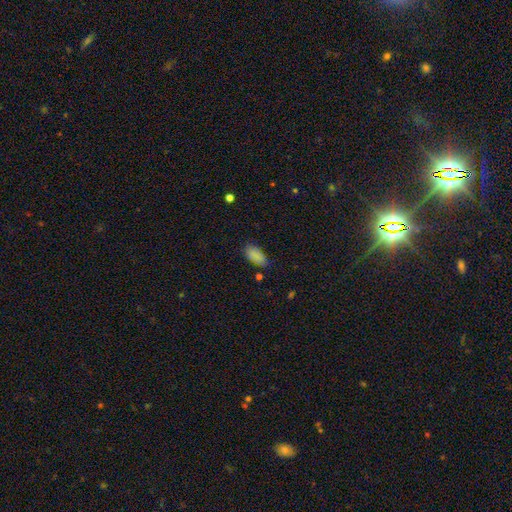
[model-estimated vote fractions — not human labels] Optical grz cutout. It shows a smooth galaxy with no disk features (87%) that is in between round and cigar-shaped (93%). Merging: none (77%).